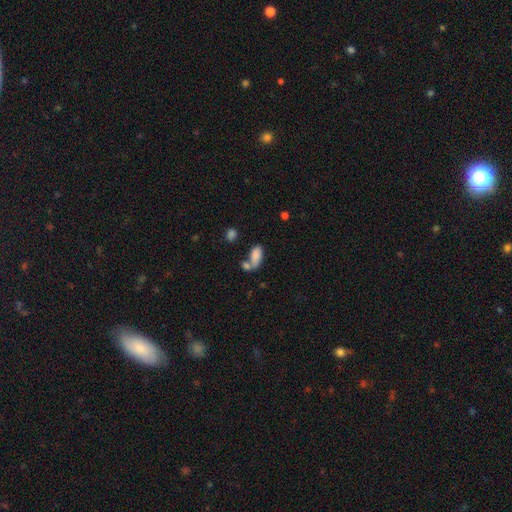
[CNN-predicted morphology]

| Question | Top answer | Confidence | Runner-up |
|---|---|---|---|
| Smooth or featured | smooth | 82% | featured or disk (10%) |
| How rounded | in between | 89% | cigar-shaped (8%) |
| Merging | merger | 41% | none (37%) |